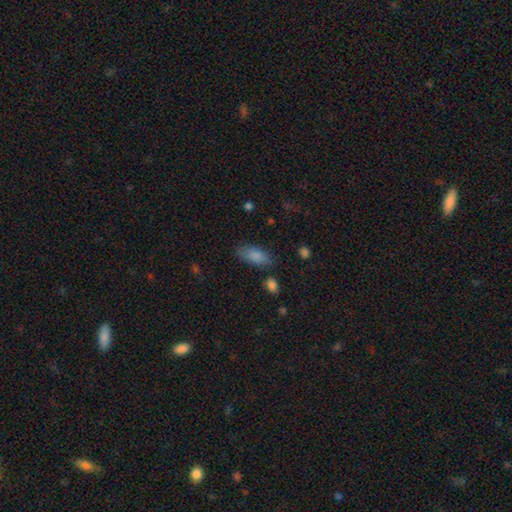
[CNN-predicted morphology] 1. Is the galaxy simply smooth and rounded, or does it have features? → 85% smooth, 8% star or artifact, 7% featured or disk.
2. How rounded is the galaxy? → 86% in between, 11% cigar-shaped, 3% round.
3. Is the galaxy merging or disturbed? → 74% none, 17% minor disturbance, 5% major disturbance, 4% merger.